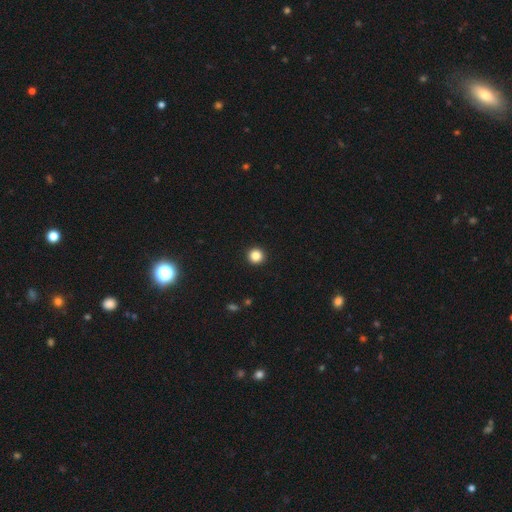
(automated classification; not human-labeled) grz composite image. It shows a smooth galaxy with no disk features (85%) that is round (96%). Merging: none (94%).